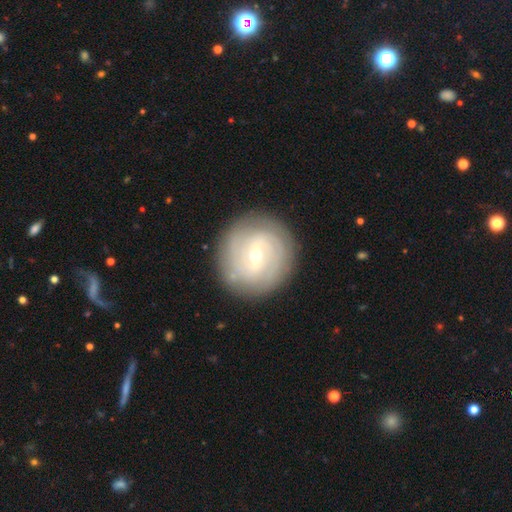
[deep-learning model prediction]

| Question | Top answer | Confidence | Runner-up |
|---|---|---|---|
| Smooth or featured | featured or disk | 74% | smooth (19%) |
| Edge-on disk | no | 97% | yes (3%) |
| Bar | weak | 55% | no (23%) |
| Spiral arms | yes | 85% | no (15%) |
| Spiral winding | tight | 72% | medium (21%) |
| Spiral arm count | can't tell | 41% | 2 (27%) |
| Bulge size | small | 59% | moderate (38%) |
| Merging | none | 86% | minor disturbance (9%) |